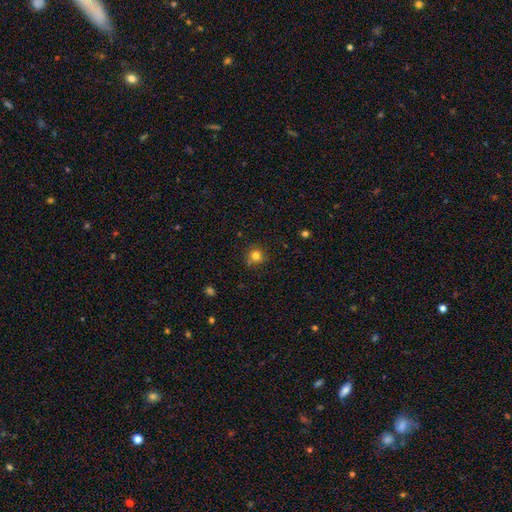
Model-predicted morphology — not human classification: This appears to be a smooth galaxy with no disk features (80%) that is round (91%). Merging: none (79%).